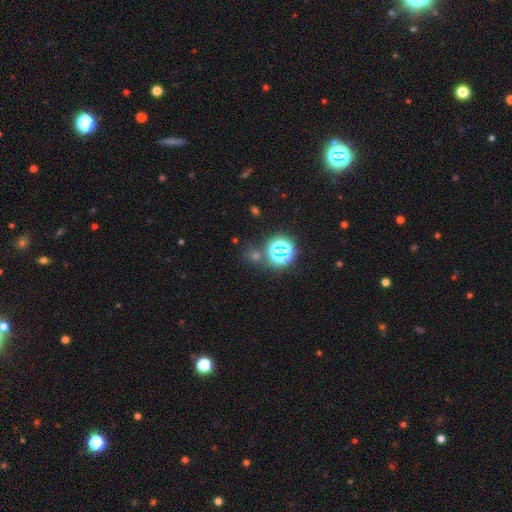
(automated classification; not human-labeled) Q: Smooth or featured?
A: star or artifact (66%); runner-up: smooth (26%)